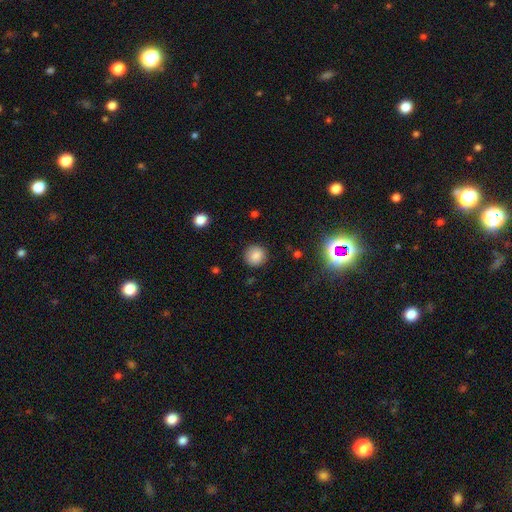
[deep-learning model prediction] A smooth galaxy with no disk features (84%) that is round (92%).

Vote fractions:
- Smooth or featured? smooth: 84% / star or artifact: 11% / featured or disk: 5%
- How rounded? round: 92% / in between: 7% / cigar-shaped: 1%
- Merging? none: 90% / minor disturbance: 7% / major disturbance: 2% / merger: 1%